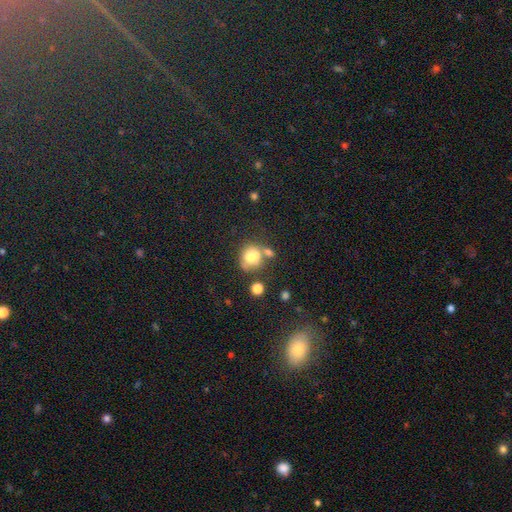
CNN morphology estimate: smooth_or_featured: smooth (p=0.66) [alt: featured or disk p=0.22]
how_rounded: round (p=0.74) [alt: in between p=0.25]
merging: none (p=0.40) [alt: merger p=0.36]